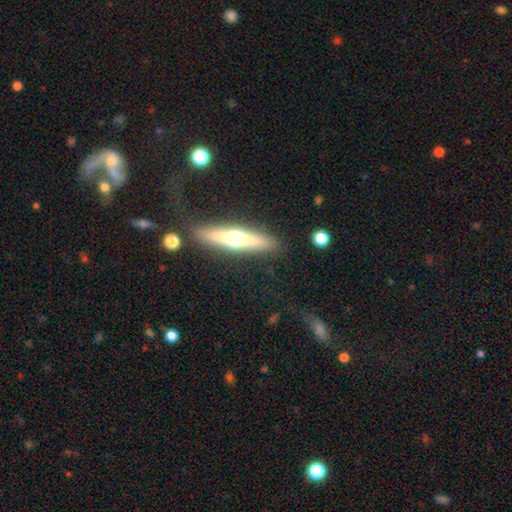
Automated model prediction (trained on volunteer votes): The model was most divided on "smooth or featured": featured or disk: 63%, smooth: 29%, star or artifact: 7%. More confident: edge-on bulge — rounded (89%); edge-on disk — yes (86%); merging — none (65%).